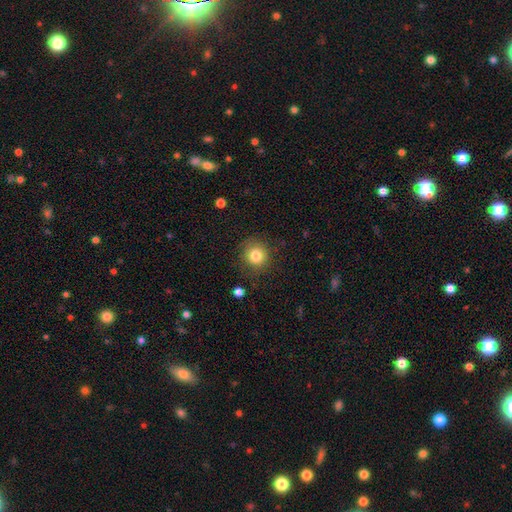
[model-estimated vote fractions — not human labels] This is clearly a smooth galaxy (82%). How rounded: clearly round (92%). Merging: clearly none (84%).